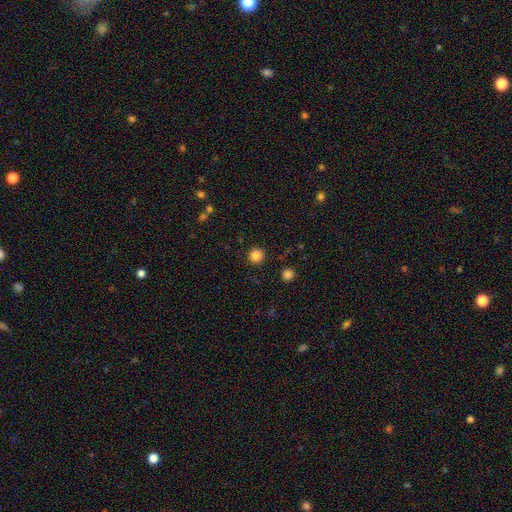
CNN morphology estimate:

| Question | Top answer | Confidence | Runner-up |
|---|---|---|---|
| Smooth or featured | smooth | 85% | star or artifact (12%) |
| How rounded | round | 95% | in between (4%) |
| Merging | none | 92% | minor disturbance (5%) |